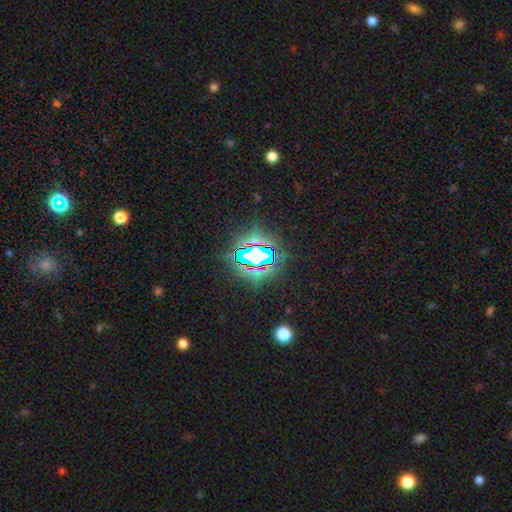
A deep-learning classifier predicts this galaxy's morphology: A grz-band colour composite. It shows a star or artifact, not a galaxy (73%).